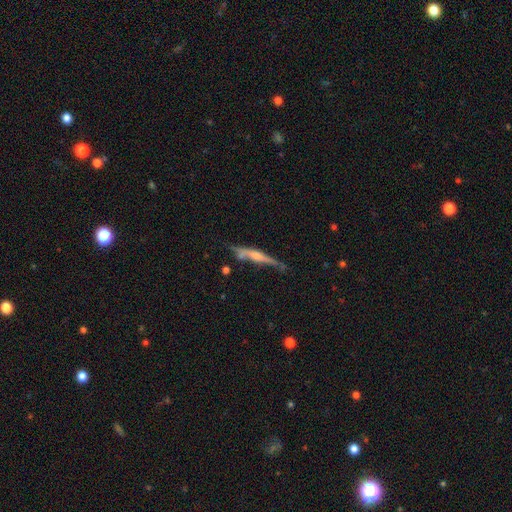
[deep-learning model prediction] Smooth or featured: featured or disk — 62% (smooth — 31%)
Edge-on disk: yes — 90% (no — 10%)
Edge-on bulge: rounded — 64% (none — 20%)
Merging: none — 53% (minor disturbance — 26%)